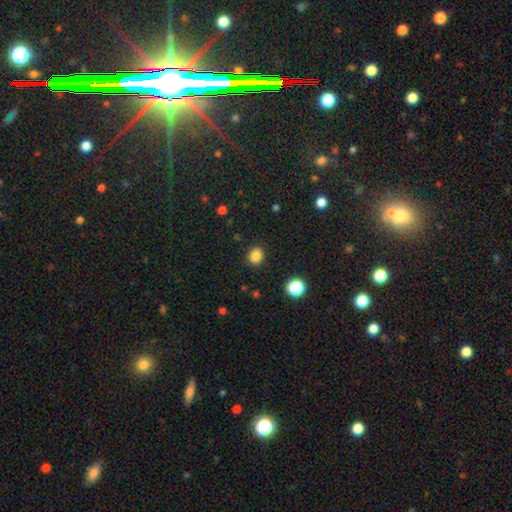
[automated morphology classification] smooth_or_featured: smooth (p=0.84) [alt: star or artifact p=0.12]
how_rounded: round (p=0.69) [alt: in between p=0.30]
merging: none (p=0.89) [alt: minor disturbance p=0.07]